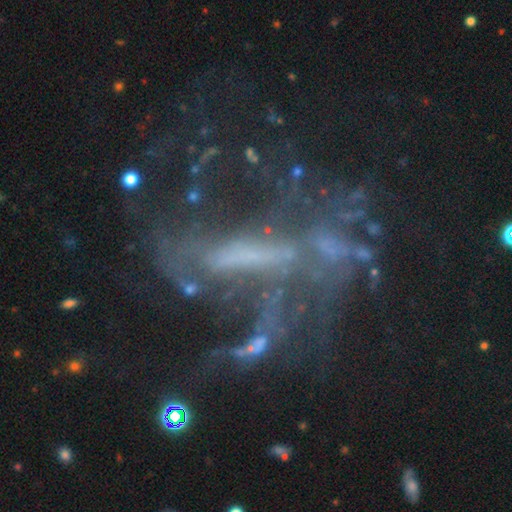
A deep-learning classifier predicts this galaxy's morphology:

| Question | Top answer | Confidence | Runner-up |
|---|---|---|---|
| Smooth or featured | featured or disk | 69% | star or artifact (21%) |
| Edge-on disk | no | 85% | yes (15%) |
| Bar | strong | 44% | no (30%) |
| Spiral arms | no | 50% | tied: yes (50%) |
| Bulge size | none | 57% | small (23%) |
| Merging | none | 39% | major disturbance (38%) |